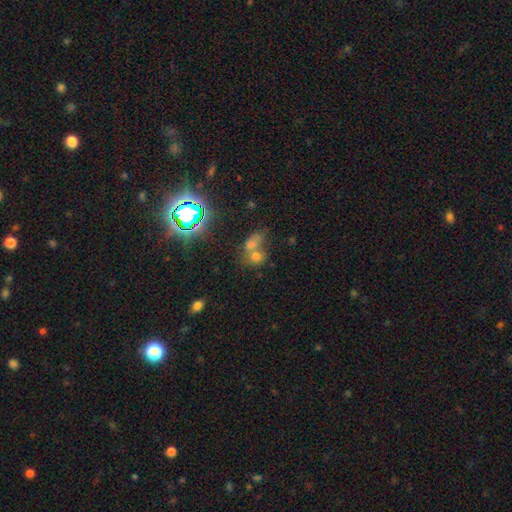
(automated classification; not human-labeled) This appears to be a smooth galaxy with no disk features (56%) that is round (52%). Merging: merger (62%).